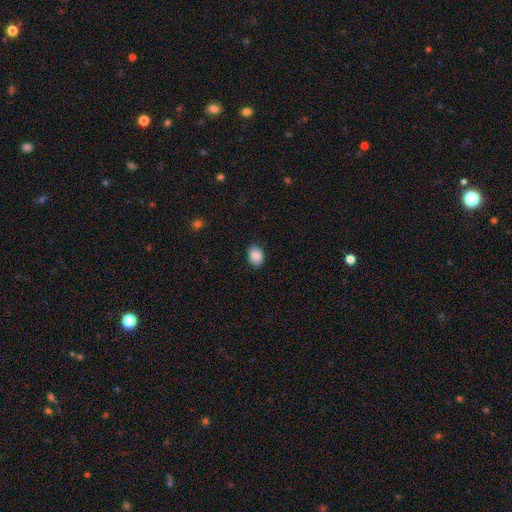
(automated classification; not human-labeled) Smooth or featured? Predicted: smooth (p=0.88). How rounded? Predicted: in between (p=0.76). Merging? Predicted: none (p=0.89).